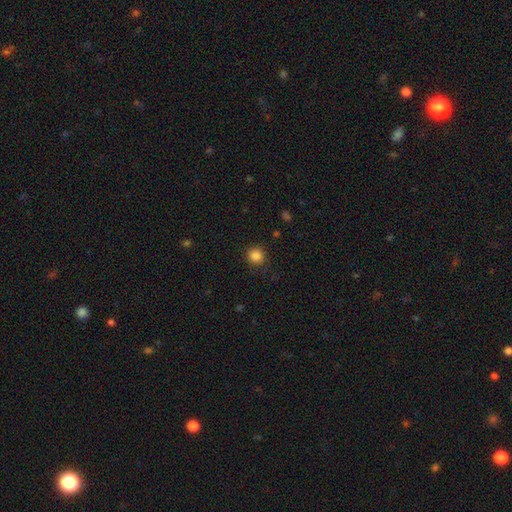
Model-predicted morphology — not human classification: smooth-or-featured: smooth: 85% | star or artifact: 11% | featured or disk: 4%
  how-rounded: round: 93% | in between: 6% | cigar-shaped: 1%
  merging: none: 88% | minor disturbance: 8% | major disturbance: 3% | merger: 1%